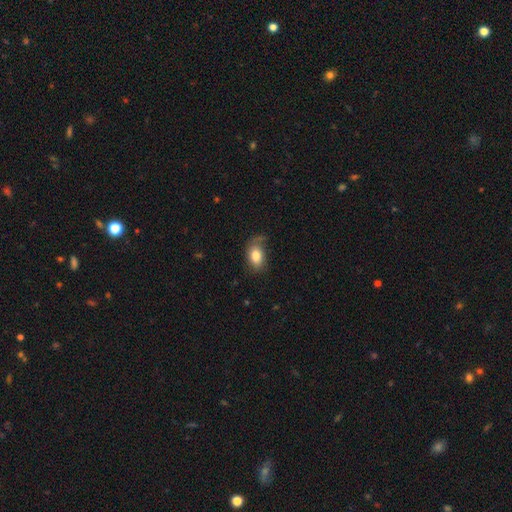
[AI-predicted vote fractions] Smooth or featured?
  - smooth: 78% *
  - featured or disk: 15%
  - star or artifact: 8%
How rounded?
  - in between: 85% *
  - round: 13%
  - cigar-shaped: 2%
Merging?
  - none: 54% *
  - minor disturbance: 28%
  - major disturbance: 15%
  - merger: 3%